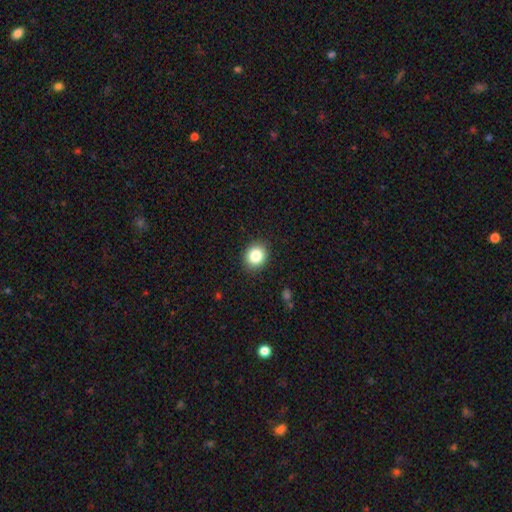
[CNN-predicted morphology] This appears to be a smooth galaxy with no disk features (84%) that is round (76%). Merging: none (90%).